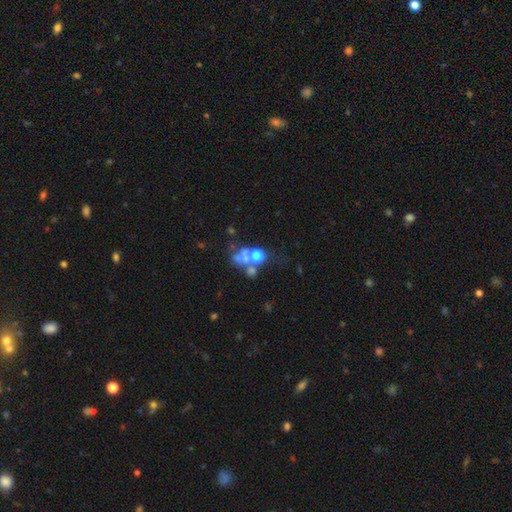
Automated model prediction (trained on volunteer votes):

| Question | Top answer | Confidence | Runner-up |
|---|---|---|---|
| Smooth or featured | smooth | 44% | featured or disk (32%) |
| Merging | merger | 49% | none (27%) |